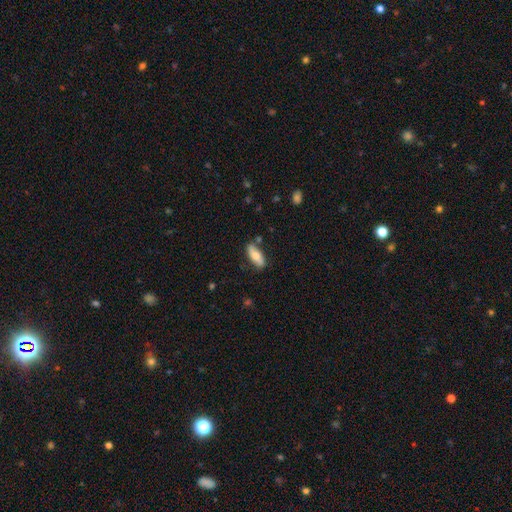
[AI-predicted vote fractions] This appears to be a smooth galaxy with no disk features (67%) that is in between round and cigar-shaped (77%). Merging: none (78%).